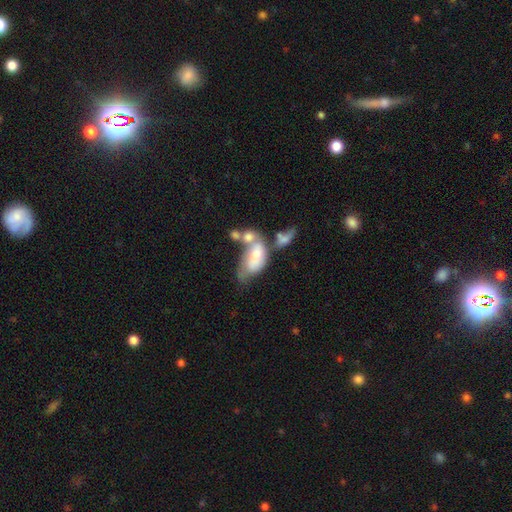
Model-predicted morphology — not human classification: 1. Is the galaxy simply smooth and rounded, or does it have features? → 58% smooth, 34% featured or disk, 9% star or artifact.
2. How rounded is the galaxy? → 91% in between, 5% cigar-shaped, 4% round.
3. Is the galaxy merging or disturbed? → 58% merger, 19% major disturbance, 12% none, 11% minor disturbance.